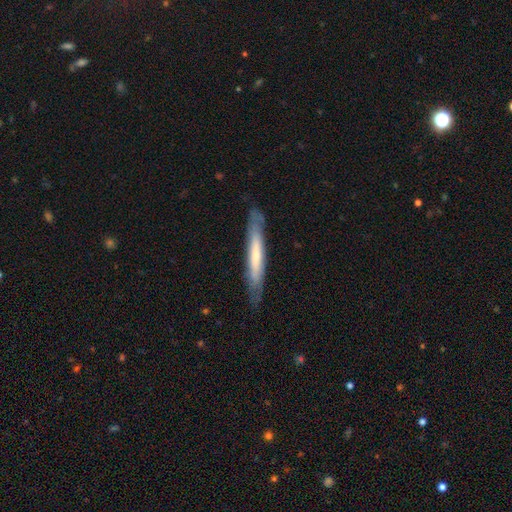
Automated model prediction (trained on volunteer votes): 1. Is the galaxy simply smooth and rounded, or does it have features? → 48% featured or disk, 47% smooth, 5% star or artifact.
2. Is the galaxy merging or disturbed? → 81% none, 15% minor disturbance, 3% major disturbance, 1% merger.